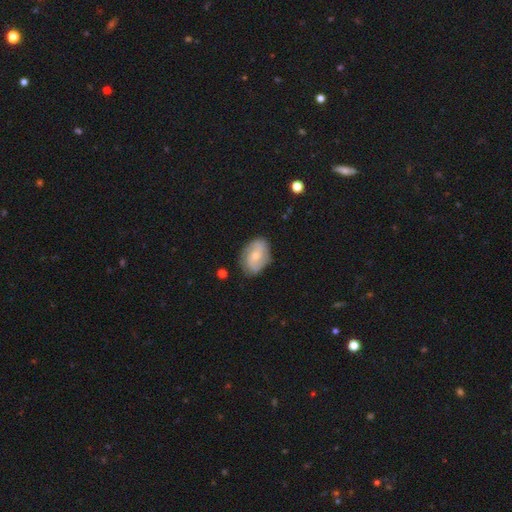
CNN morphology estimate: smooth-or-featured: featured or disk: 61% | smooth: 33% | star or artifact: 6%
  disk-edge-on: no: 97% | yes: 3%
    bar: no: 55% | weak: 38% | strong: 7%
    has-spiral-arms: yes: 89% | no: 11%
      spiral-winding: medium: 45% | tight: 32% | loose: 23%
      spiral-arm-count: 2: 76% | can't tell: 13% | 3: 6% | 1: 3% | 4: 2% | more than 4: 1%
    bulge-size: small: 50% | moderate: 42% | none: 4% | large: 3% | dominant: 1%
  merging: none: 77% | minor disturbance: 17% | major disturbance: 4% | merger: 1%